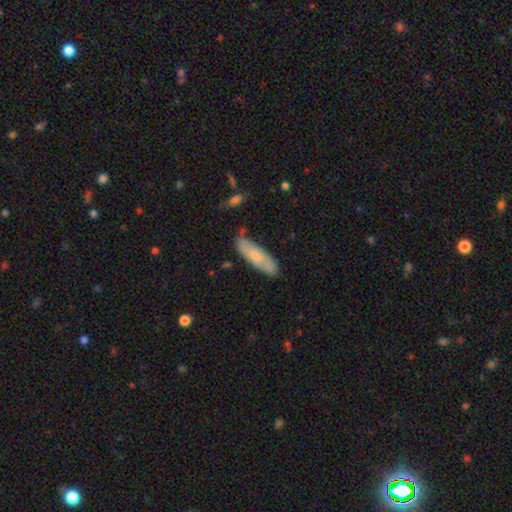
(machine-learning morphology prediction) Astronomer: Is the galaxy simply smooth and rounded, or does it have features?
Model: smooth — 59% (runner-up: featured or disk, 35%).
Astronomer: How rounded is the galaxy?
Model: cigar-shaped — 51% (runner-up: in between, 47%).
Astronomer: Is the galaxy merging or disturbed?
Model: none — 71%.